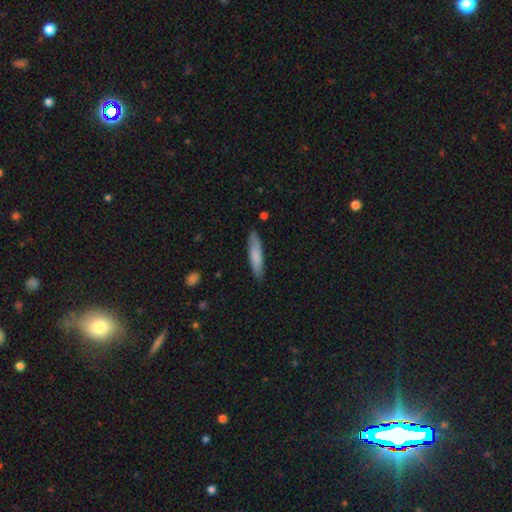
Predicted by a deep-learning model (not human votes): Smooth or featured?
  - smooth: 77% *
  - featured or disk: 18%
  - star or artifact: 5%
How rounded?
  - cigar-shaped: 84% *
  - in between: 15%
  - round: 1%
Merging?
  - none: 86% *
  - minor disturbance: 11%
  - major disturbance: 2%
  - merger: 1%